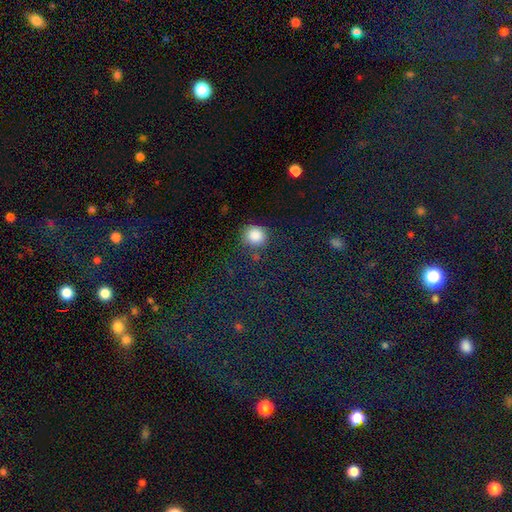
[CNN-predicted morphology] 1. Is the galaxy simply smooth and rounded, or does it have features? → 71% star or artifact, 20% smooth, 9% featured or disk.